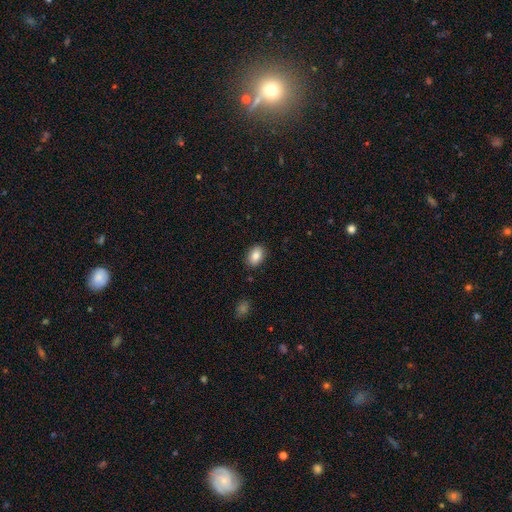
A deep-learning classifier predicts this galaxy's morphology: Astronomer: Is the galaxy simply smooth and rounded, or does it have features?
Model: smooth — 86%.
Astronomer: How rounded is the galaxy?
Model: in between — 82%.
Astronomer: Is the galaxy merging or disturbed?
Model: none — 88%.